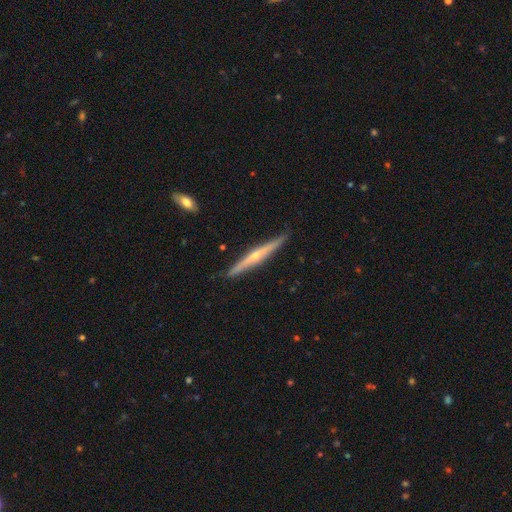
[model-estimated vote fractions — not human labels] smooth-or-featured: featured or disk: 74% | smooth: 21% | star or artifact: 6%
  disk-edge-on: yes: 98% | no: 2%
    edge-on-bulge: rounded: 75% | none: 21% | boxy: 4%
  merging: none: 89% | minor disturbance: 8% | major disturbance: 1% | merger: 1%